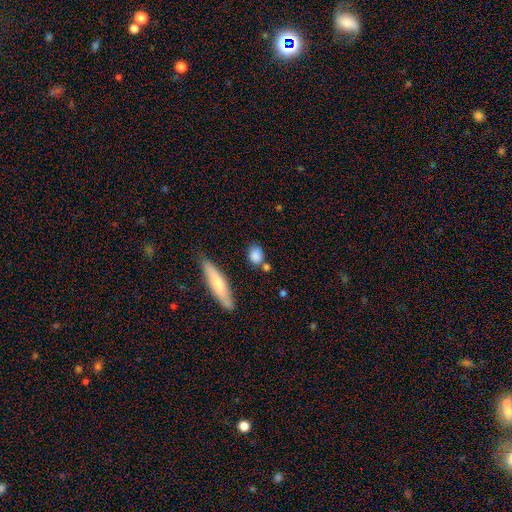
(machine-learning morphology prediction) type=smooth (82%); roundness=round (56%); merging=none (70%).